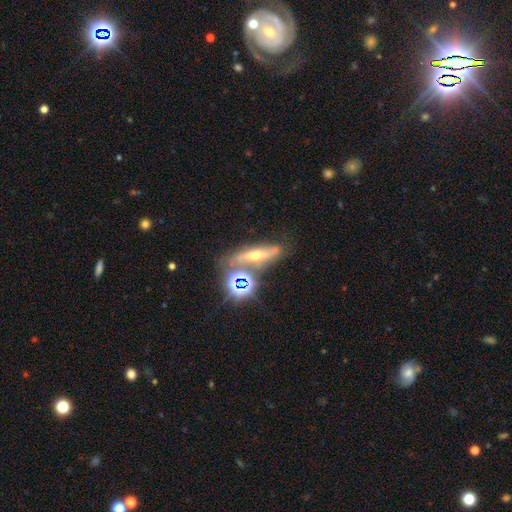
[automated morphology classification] smooth-or-featured: featured or disk: 48% | star or artifact: 29% | smooth: 23%
  merging: none: 61% | minor disturbance: 16% | merger: 15% | major disturbance: 8%